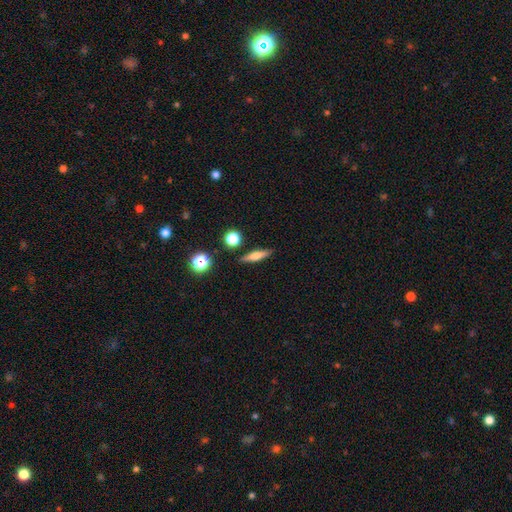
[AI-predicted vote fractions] smooth-or-featured: smooth: 55% | featured or disk: 35% | star or artifact: 10%
  how-rounded: cigar-shaped: 72% | in between: 21% | round: 7%
  merging: none: 86% | minor disturbance: 9% | merger: 3% | major disturbance: 2%